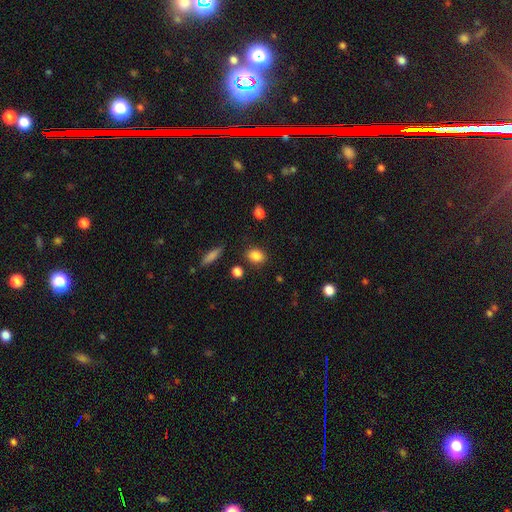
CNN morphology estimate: The model was most divided on "how rounded": in between: 61%, round: 37%, cigar-shaped: 2%. More confident: smooth or featured — smooth (85%); merging — none (82%).